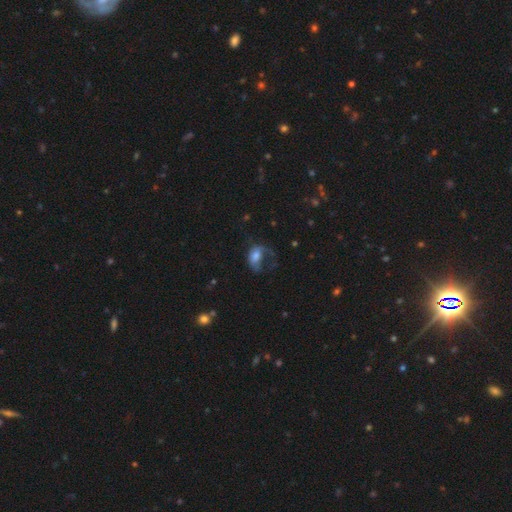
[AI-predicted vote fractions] Smooth or featured? Predicted: smooth (p=0.54). How rounded? Predicted: in between (p=0.83). Merging? Predicted: major disturbance (p=0.58).